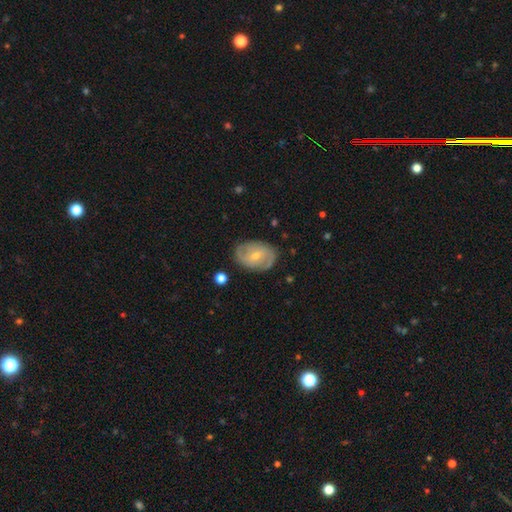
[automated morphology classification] A featured or disk galaxy (70%) with a weak bar (48%), 2 (70%) medium (42%) spiral arms (83%) and a small central bulge (58%).

Vote fractions:
- Smooth or featured? featured or disk: 70% / smooth: 24% / star or artifact: 6%
- Edge-on disk? no: 96% / yes: 4%
- Bar? weak: 48% / no: 36% / strong: 16%
- Spiral arms? yes: 83% / no: 17%
- Spiral winding? medium: 42% / tight: 39% / loose: 19%
- Spiral arm count? 2: 70% / can't tell: 19% / 3: 5% / 1: 3% / 4: 2% / more than 4: 2%
- Bulge size? small: 58% / moderate: 38% / none: 1% / large: 1% / dominant: 1%
- Merging? none: 78% / minor disturbance: 16% / major disturbance: 5% / merger: 1%